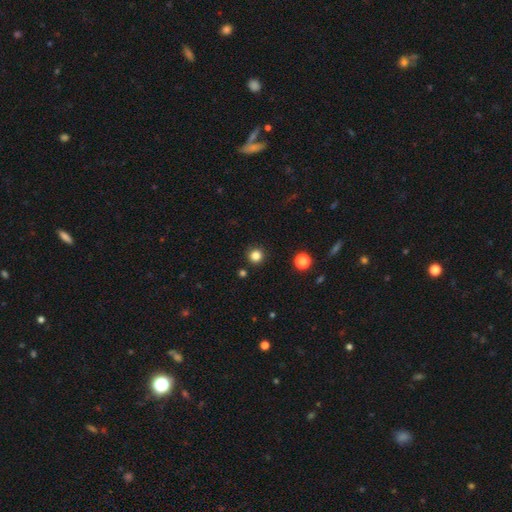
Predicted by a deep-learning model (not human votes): Smooth or featured?
  - smooth: 82% *
  - star or artifact: 13%
  - featured or disk: 4%
How rounded?
  - round: 95% *
  - in between: 4%
  - cigar-shaped: 1%
Merging?
  - none: 92% *
  - minor disturbance: 5%
  - merger: 2%
  - major disturbance: 2%